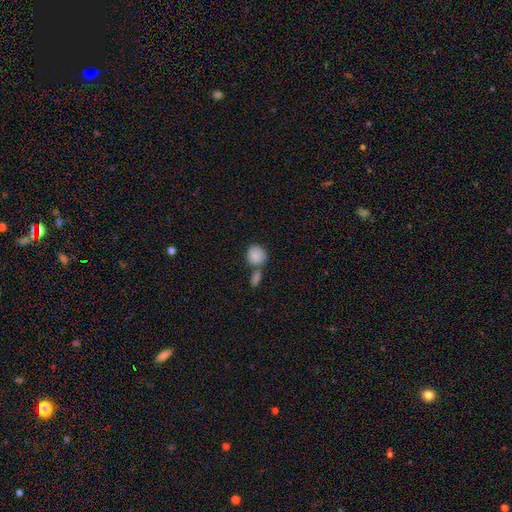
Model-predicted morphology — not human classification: Smooth or featured: smooth — 87% (star or artifact — 7%)
How rounded: round — 79% (in between — 20%)
Merging: none — 47% (merger — 38%)